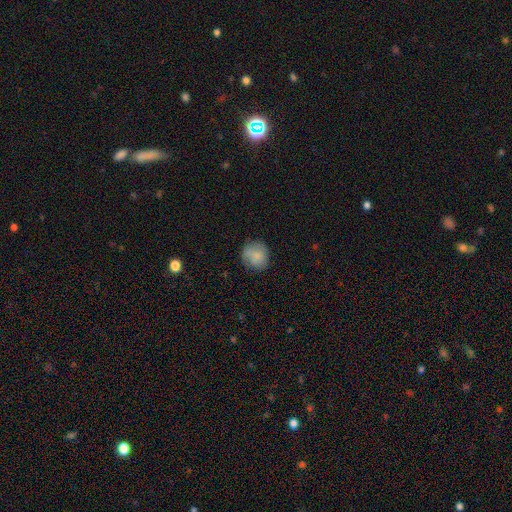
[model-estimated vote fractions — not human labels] smooth-or-featured: smooth: 80% | featured or disk: 12% | star or artifact: 8%
  how-rounded: round: 85% | in between: 14% | cigar-shaped: 1%
  merging: none: 74% | minor disturbance: 19% | major disturbance: 6% | merger: 1%